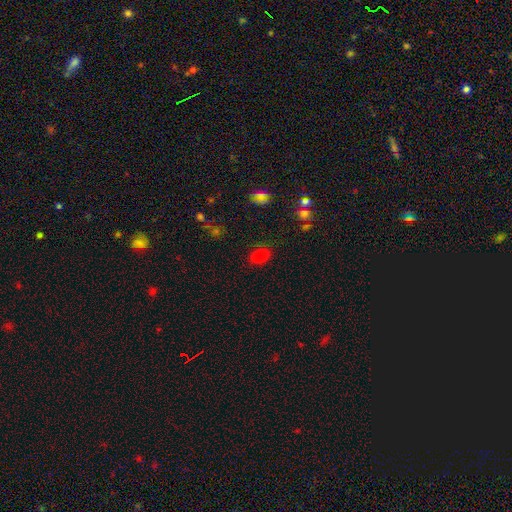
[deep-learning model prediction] Smooth or featured?
  - smooth: 73% *
  - star or artifact: 21%
  - featured or disk: 6%
How rounded?
  - in between: 71% *
  - round: 27%
  - cigar-shaped: 1%
Merging?
  - none: 78% *
  - minor disturbance: 15%
  - major disturbance: 5%
  - merger: 2%